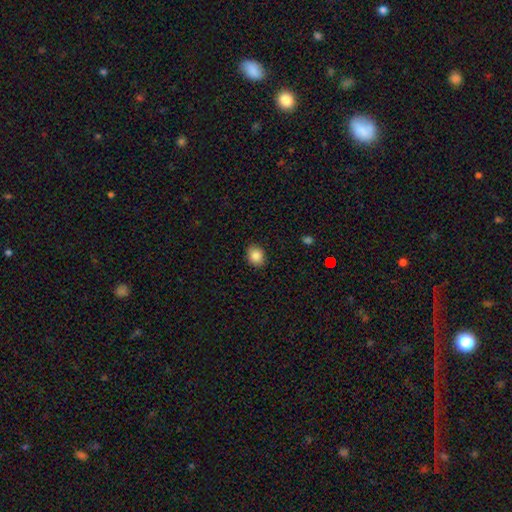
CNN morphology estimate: Q: Smooth or featured?
A: smooth (86%); runner-up: star or artifact (9%)
Q: How rounded?
A: round (59%); runner-up: in between (40%)
Q: Merging?
A: none (88%); runner-up: minor disturbance (9%)